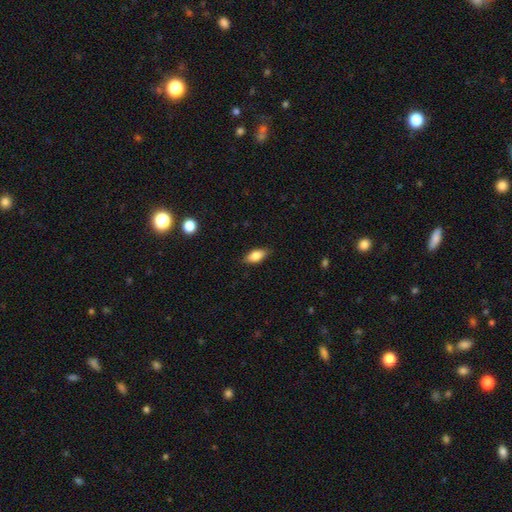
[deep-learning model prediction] A smooth galaxy with no disk features (81%) that is in between round and cigar-shaped (88%). Merging: none (86%).